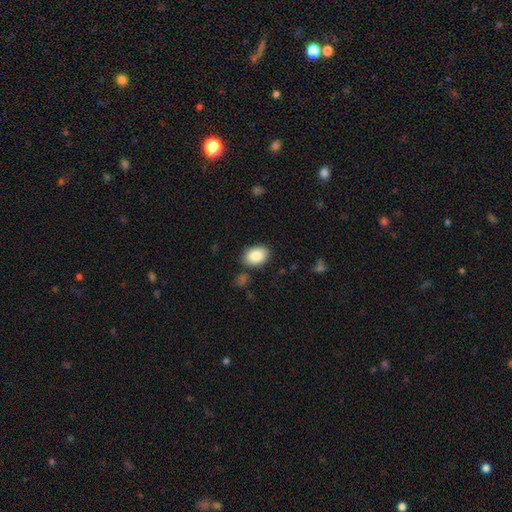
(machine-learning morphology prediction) Smooth or featured? smooth (87%)
How rounded? in between (80%)
Merging? none (84%)